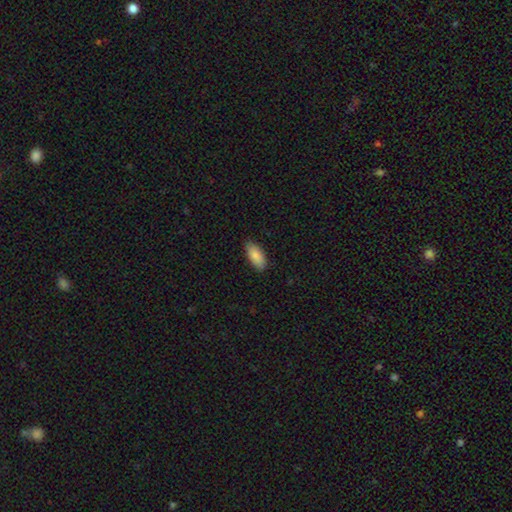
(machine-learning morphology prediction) A smooth galaxy with no disk features (87%) that is in between round and cigar-shaped (90%).

Vote fractions:
- Smooth or featured? smooth: 87% / featured or disk: 7% / star or artifact: 6%
- How rounded? in between: 90% / cigar-shaped: 8% / round: 2%
- Merging? none: 86% / minor disturbance: 11% / major disturbance: 2% / merger: 1%